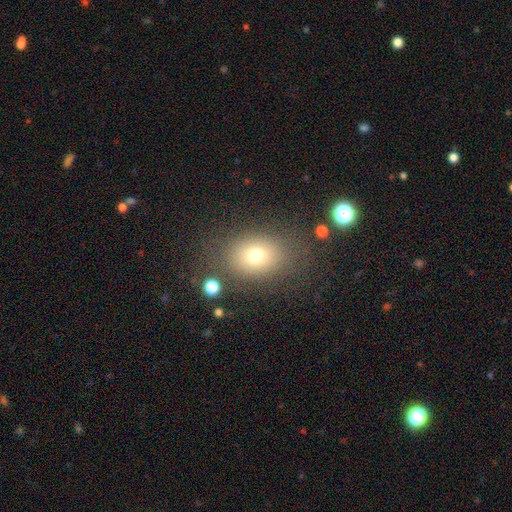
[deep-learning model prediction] A smooth galaxy with no disk features (72%) that is in between round and cigar-shaped (61%). Merging: none (78%).